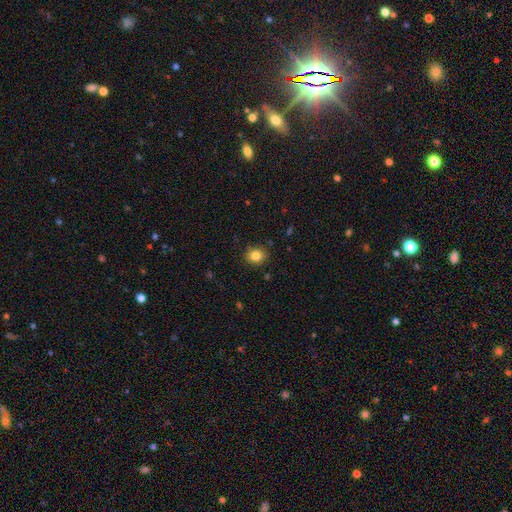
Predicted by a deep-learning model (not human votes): Overall: smooth (83%). How rounded: round (78%). Merging: none (87%).